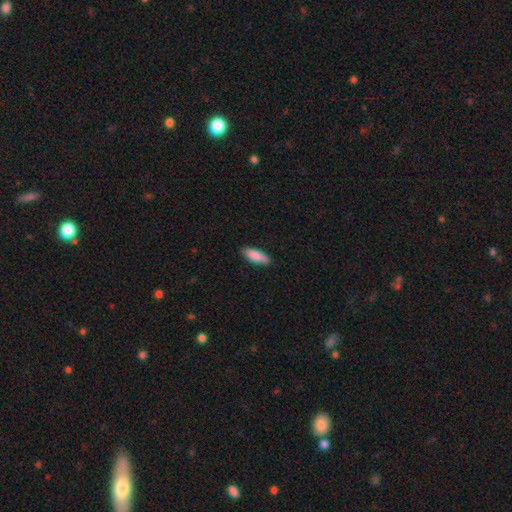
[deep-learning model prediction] smooth_or_featured: smooth (p=0.88) [alt: featured or disk p=0.06]
how_rounded: in between (p=0.64) [alt: cigar-shaped p=0.34]
merging: none (p=0.88) [alt: minor disturbance p=0.10]